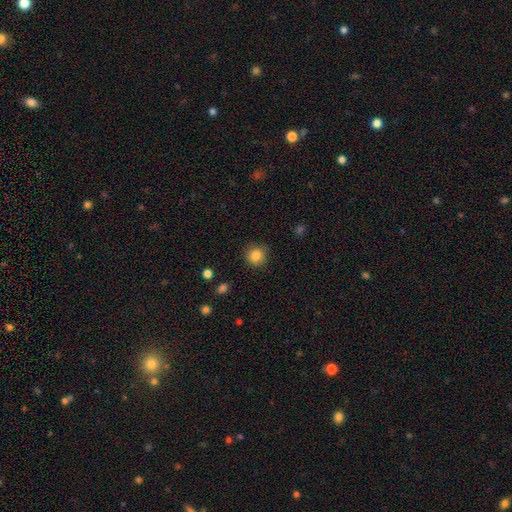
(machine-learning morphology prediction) Smooth or featured? smooth (85%)
How rounded? round (92%)
Merging? none (85%)